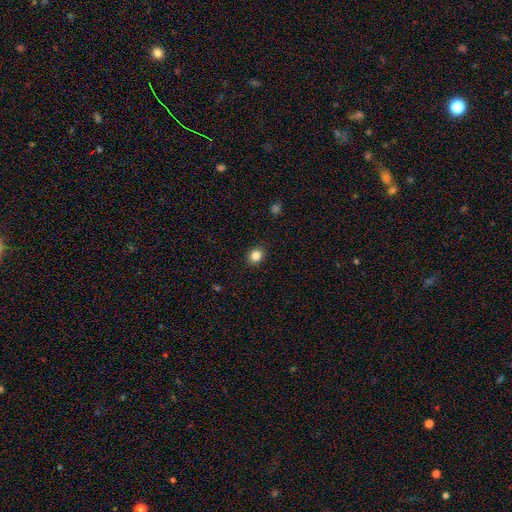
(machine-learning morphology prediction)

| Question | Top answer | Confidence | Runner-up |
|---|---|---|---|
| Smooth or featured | smooth | 84% | star or artifact (11%) |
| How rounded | round | 69% | in between (30%) |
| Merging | none | 91% | minor disturbance (6%) |